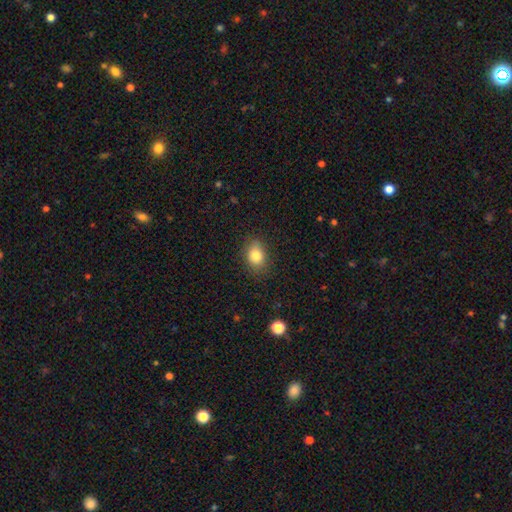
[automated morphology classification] This appears to be a smooth galaxy with no disk features (82%) that is in between round and cigar-shaped (62%). Merging: none (81%).